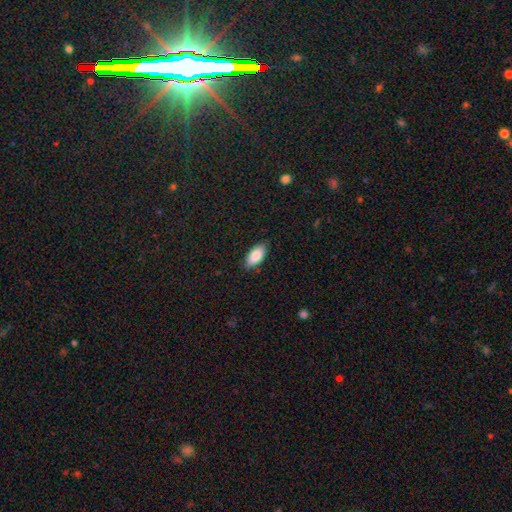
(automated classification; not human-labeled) smooth 87%, featured or disk 7%, star or artifact 6%. Down the decision tree: how rounded — in between (91%); merging — none (86%).